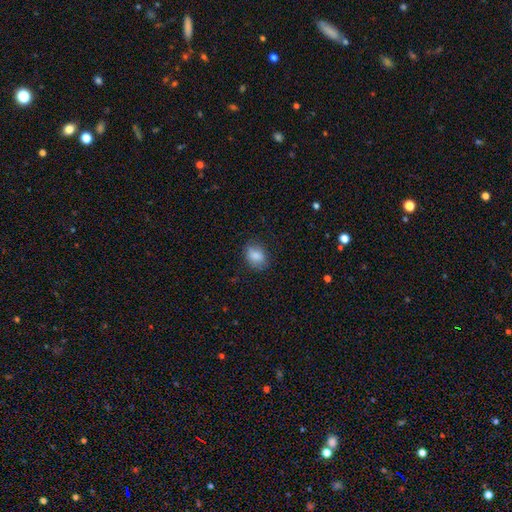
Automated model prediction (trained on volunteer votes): Q: Smooth or featured?
A: smooth (84%); runner-up: featured or disk (8%)
Q: How rounded?
A: in between (68%); runner-up: round (31%)
Q: Merging?
A: none (79%); runner-up: minor disturbance (16%)